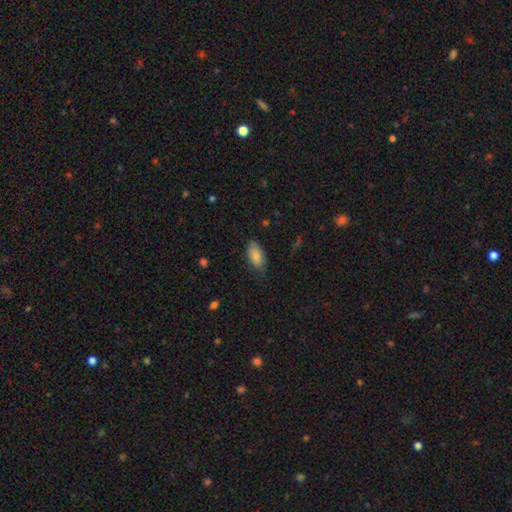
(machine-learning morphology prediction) smooth 81%, featured or disk 13%, star or artifact 7%. Down the decision tree: how rounded — in between (93%); merging — none (65%).